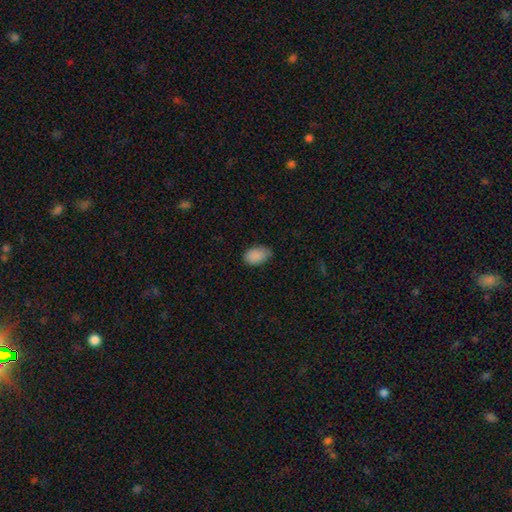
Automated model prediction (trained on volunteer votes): Smooth or featured?
  - smooth: 89% *
  - star or artifact: 8%
  - featured or disk: 3%
How rounded?
  - in between: 88% *
  - round: 11%
  - cigar-shaped: 1%
Merging?
  - none: 68% *
  - minor disturbance: 27%
  - major disturbance: 4%
  - merger: 1%